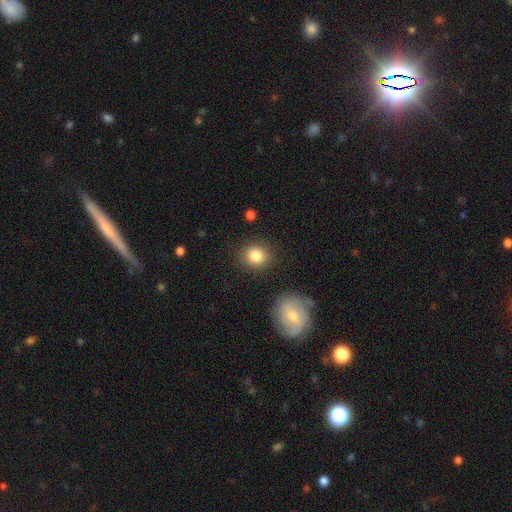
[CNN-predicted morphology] smooth 85%, star or artifact 9%, featured or disk 6%. Down the decision tree: how rounded — round (80%); merging — none (86%).